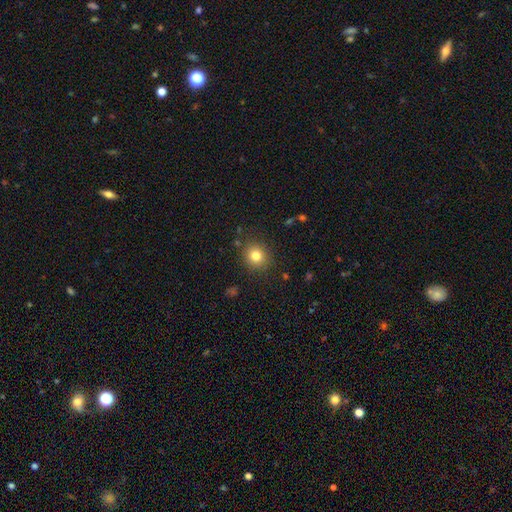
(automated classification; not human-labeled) Smooth or featured? Predicted: smooth (p=0.80). How rounded? Predicted: round (p=0.85). Merging? Predicted: none (p=0.87).